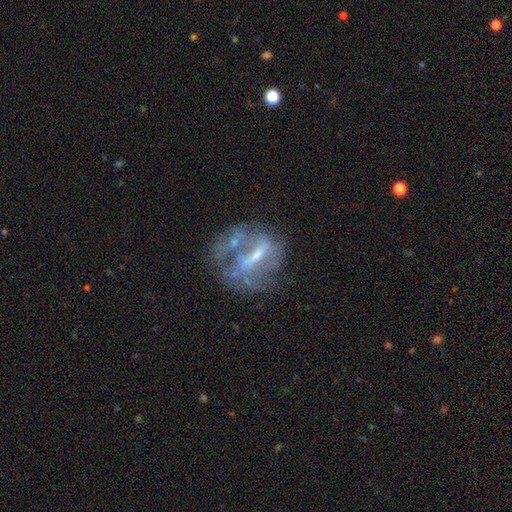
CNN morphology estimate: Smooth or featured?
  - featured or disk: 70% *
  - smooth: 19%
  - star or artifact: 11%
Edge-on disk?
  - no: 94% *
  - yes: 6%
Bar?
  - weak: 39% *
  - strong: 34%
  - no: 27%
Spiral arms?
  - no: 59% *
  - yes: 41%
Bulge size?
  - small: 46% *
  - moderate: 33%
  - none: 17%
  - large: 3%
  - dominant: 1%
Merging?
  - none: 44% *
  - major disturbance: 24%
  - minor disturbance: 18%
  - merger: 14%